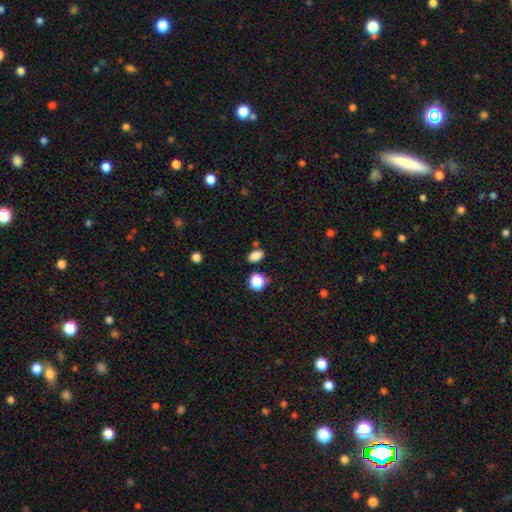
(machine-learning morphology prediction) This appears to be a smooth galaxy with no disk features (83%) that is in between round and cigar-shaped (82%). Merging: none (78%).